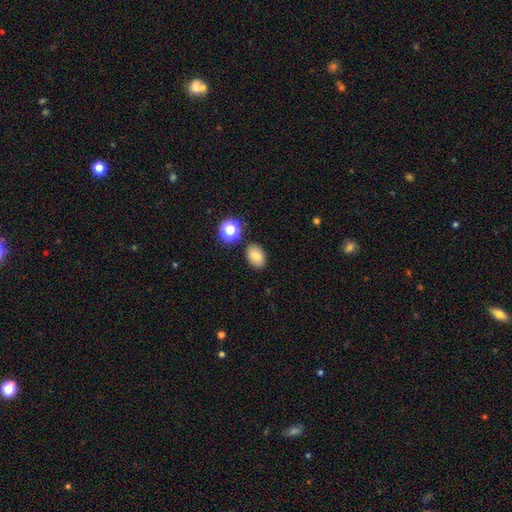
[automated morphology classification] This is clearly a smooth galaxy (81%). How rounded: likely in between (76%). Merging: clearly none (84%).